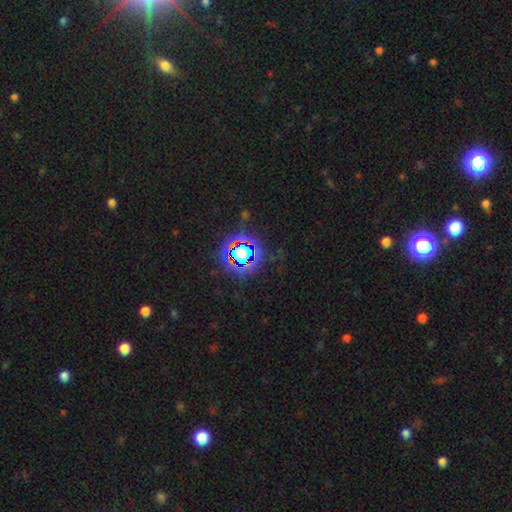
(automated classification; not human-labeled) A star or artifact, not a galaxy (81%).